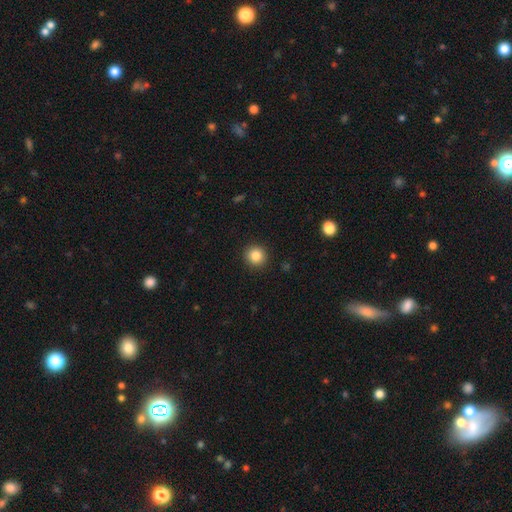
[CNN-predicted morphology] Smooth or featured: smooth — 85% (star or artifact — 10%)
How rounded: round — 93% (in between — 6%)
Merging: none — 92% (minor disturbance — 5%)